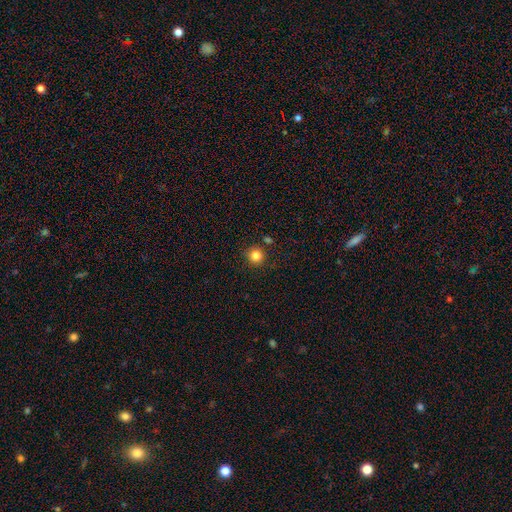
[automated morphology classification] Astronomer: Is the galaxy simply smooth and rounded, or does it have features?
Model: smooth — 84%.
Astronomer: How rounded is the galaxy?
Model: round — 94%.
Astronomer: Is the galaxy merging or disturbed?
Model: none — 84%.